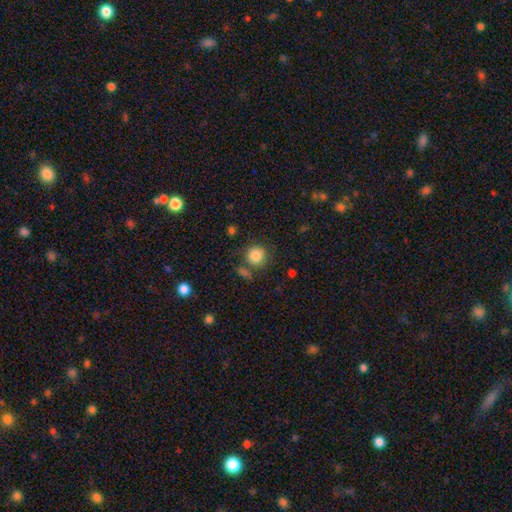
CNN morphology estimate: The model was most divided on "merging": none: 74%, minor disturbance: 12%, merger: 9%, major disturbance: 4%. More confident: how rounded — round (90%); smooth or featured — smooth (83%).